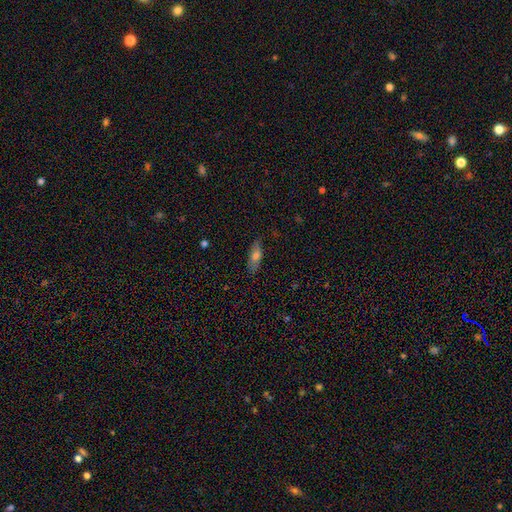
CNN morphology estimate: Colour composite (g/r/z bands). It shows a smooth galaxy with no disk features (70%) that is in between round and cigar-shaped (64%). Merging: none (83%).